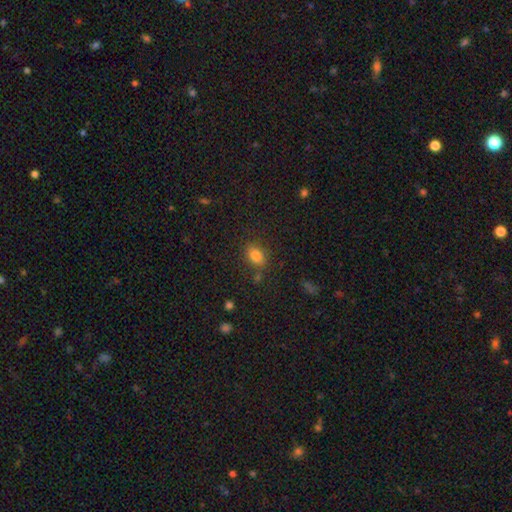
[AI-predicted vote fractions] This appears to be a smooth galaxy with no disk features (81%) that is in between round and cigar-shaped (70%). Merging: none (77%).